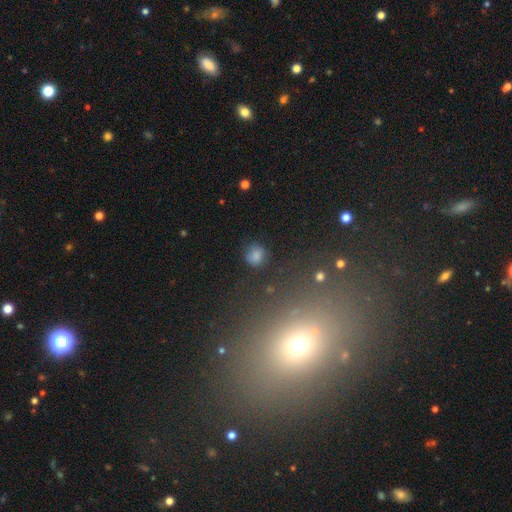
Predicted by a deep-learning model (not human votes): A smooth galaxy with no disk features (76%) that is round (77%). Merging: none (74%).